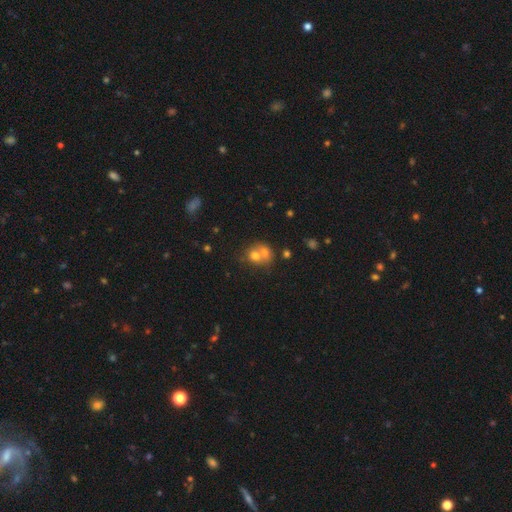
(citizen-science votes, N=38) A smooth galaxy with no disk features (68%) that is round (62%).

Vote fractions:
- Smooth or featured? smooth: 68% / featured or disk: 24% / star or artifact: 8%
- How rounded? round: 62% / in between: 38% / cigar-shaped: 0%
- Merging? merger: 63% / none: 26% / minor disturbance: 6% / major disturbance: 6%